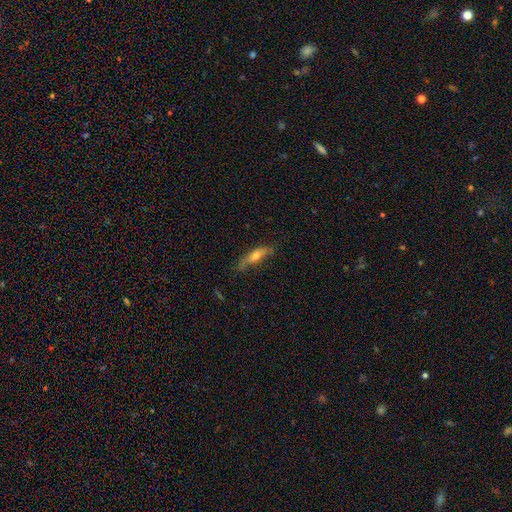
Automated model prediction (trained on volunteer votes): A smooth galaxy with no disk features (53%) that is cigar-shaped (62%).

Vote fractions:
- Smooth or featured? smooth: 53% / featured or disk: 39% / star or artifact: 7%
- How rounded? cigar-shaped: 62% / in between: 35% / round: 3%
- Merging? none: 63% / minor disturbance: 27% / major disturbance: 8% / merger: 2%